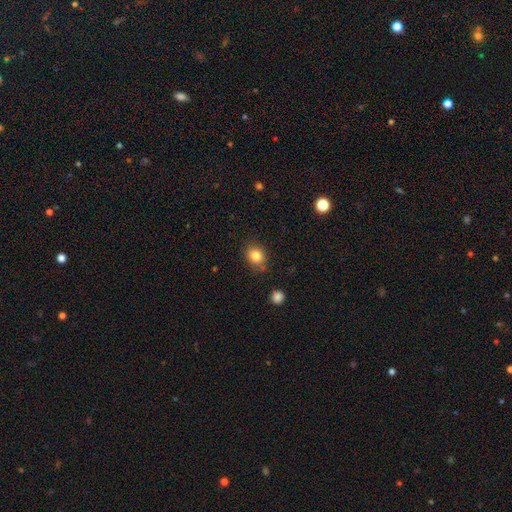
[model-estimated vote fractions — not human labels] smooth_or_featured: smooth (p=0.82) [alt: star or artifact p=0.11]
how_rounded: round (p=0.60) [alt: in between p=0.39]
merging: none (p=0.80) [alt: minor disturbance p=0.14]